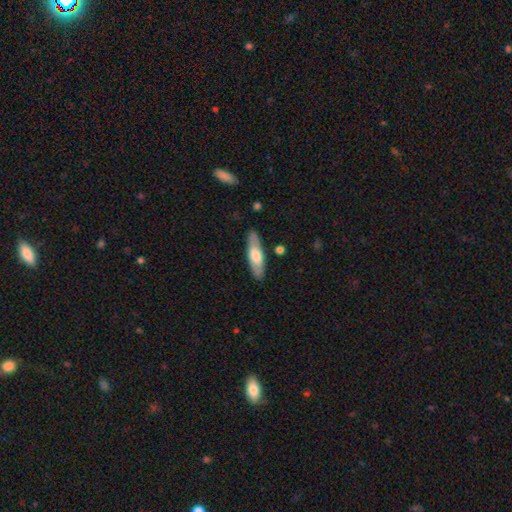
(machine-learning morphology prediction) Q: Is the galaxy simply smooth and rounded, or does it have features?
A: smooth — 60%.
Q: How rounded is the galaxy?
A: cigar-shaped — 56%.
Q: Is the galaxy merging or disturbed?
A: none — 86%.